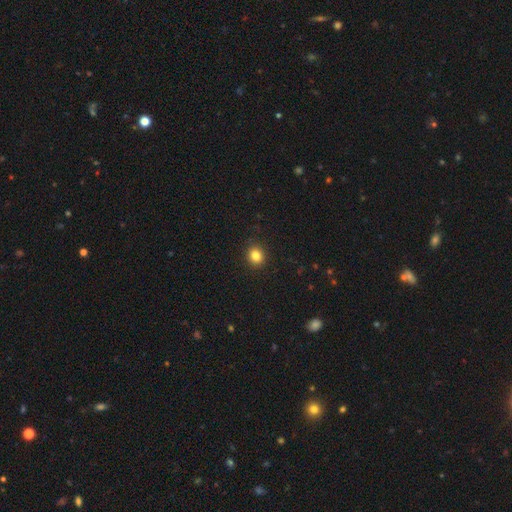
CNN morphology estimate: type=smooth (84%); roundness=round (80%); merging=none (91%).